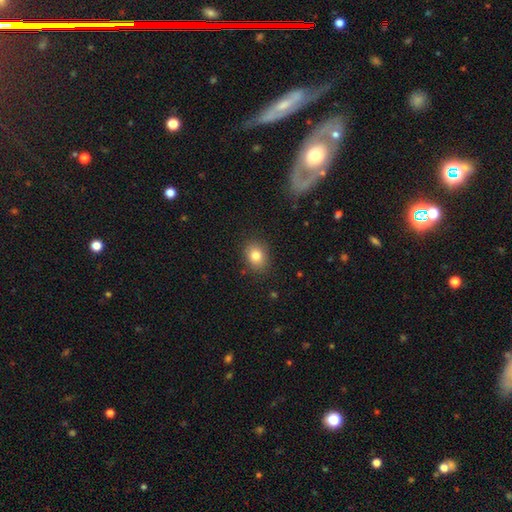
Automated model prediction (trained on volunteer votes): Smooth or featured?
  - smooth: 82% *
  - star or artifact: 10%
  - featured or disk: 8%
How rounded?
  - round: 50% *
  - in between: 49%
  - cigar-shaped: 1%
Merging?
  - none: 86% *
  - minor disturbance: 10%
  - major disturbance: 3%
  - merger: 1%